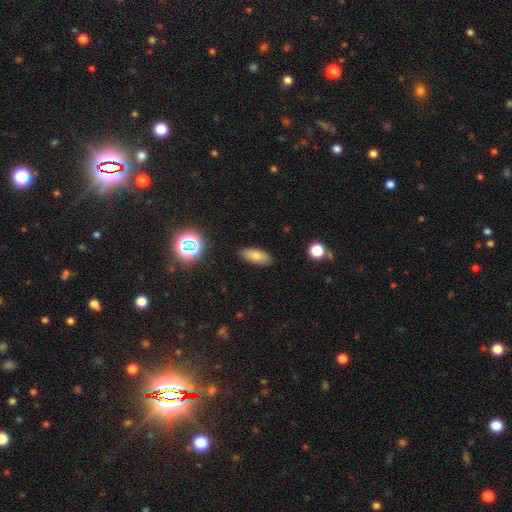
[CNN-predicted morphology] A smooth galaxy with no disk features (78%) that is in between round and cigar-shaped (82%). Merging: none (86%).